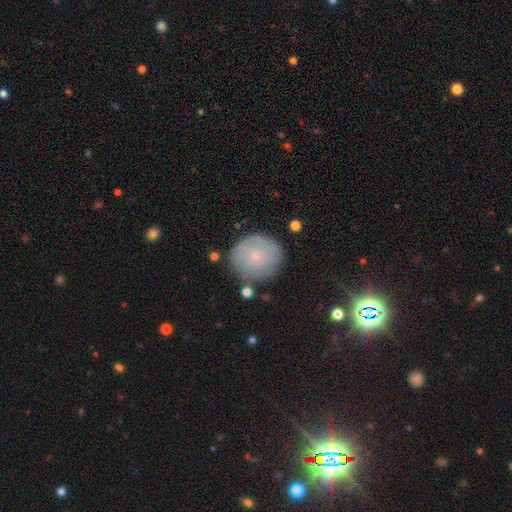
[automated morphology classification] A smooth galaxy with no disk features (58%) that is round (88%). Merging: none (80%).